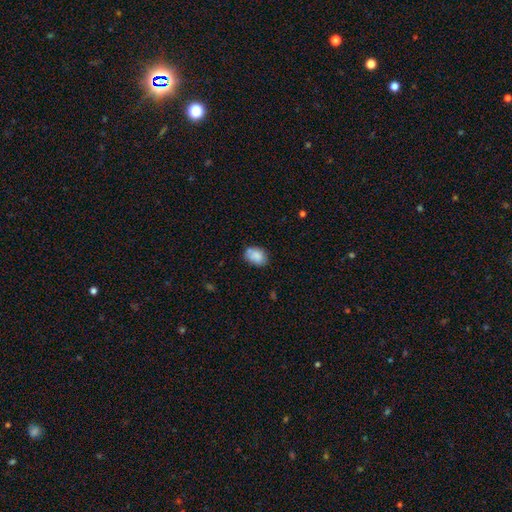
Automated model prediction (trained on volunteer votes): Smooth or featured?
  - smooth: 81% *
  - featured or disk: 11%
  - star or artifact: 8%
How rounded?
  - in between: 75% *
  - round: 24%
  - cigar-shaped: 1%
Merging?
  - none: 65% *
  - minor disturbance: 23%
  - merger: 7%
  - major disturbance: 5%